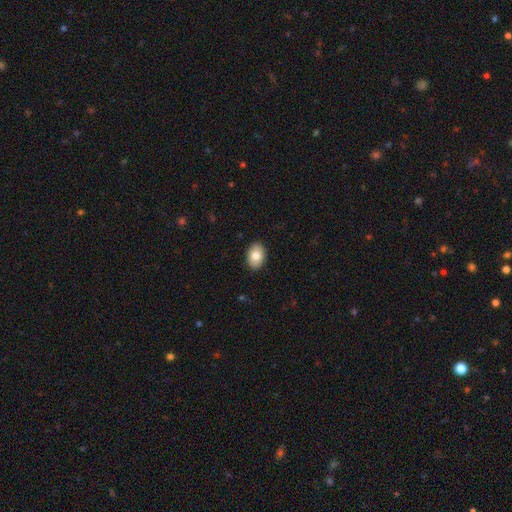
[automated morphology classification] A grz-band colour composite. It shows a smooth galaxy with no disk features (81%) that is in between round and cigar-shaped (84%). Merging: none (90%).